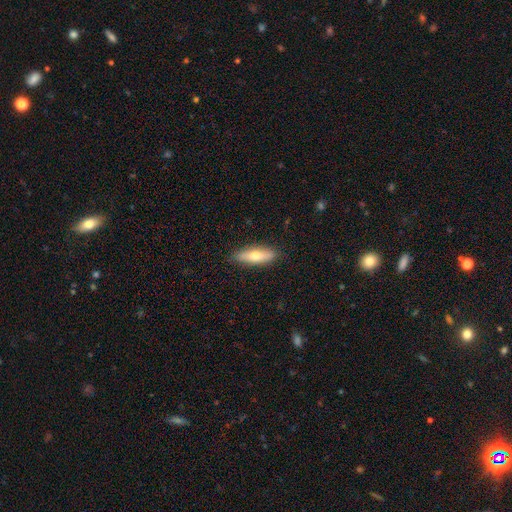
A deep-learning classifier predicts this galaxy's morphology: A smooth galaxy with no disk features (63%) that is cigar-shaped (50%).

Vote fractions:
- Smooth or featured? smooth: 63% / featured or disk: 31% / star or artifact: 6%
- How rounded? cigar-shaped: 50% / in between: 48% / round: 2%
- Merging? none: 86% / minor disturbance: 11% / major disturbance: 2% / merger: 1%